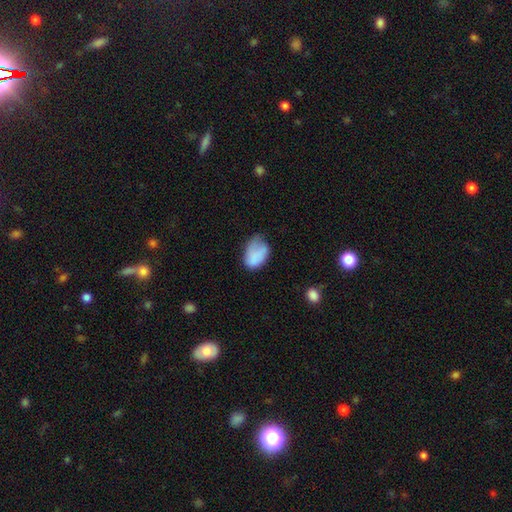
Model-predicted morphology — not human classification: A smooth galaxy with no disk features (79%) that is in between round and cigar-shaped (85%). Merging: minor disturbance (41%).